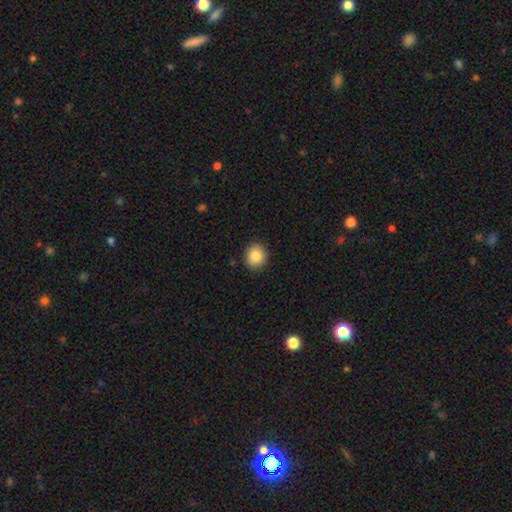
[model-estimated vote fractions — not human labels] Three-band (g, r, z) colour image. It shows a smooth galaxy with no disk features (87%) that is round (84%). Merging: none (90%).